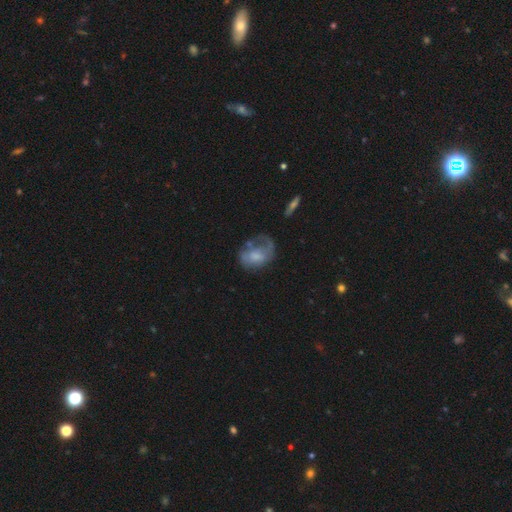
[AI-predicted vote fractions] The model was most divided on "merging": major disturbance: 36%, none: 34%, minor disturbance: 25%, merger: 5%. Remaining: smooth or featured — smooth (47%).